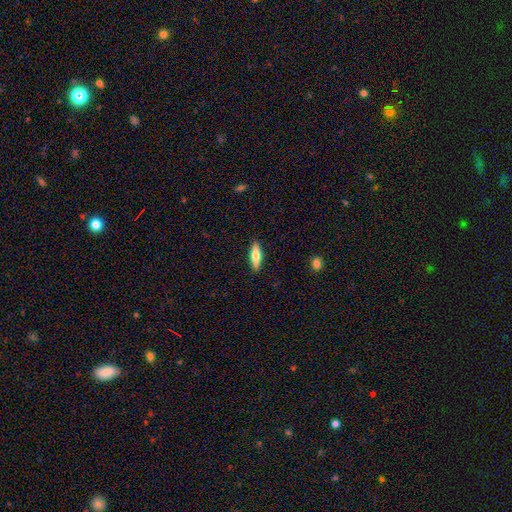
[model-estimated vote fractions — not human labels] This is possibly a smooth galaxy (57%). How rounded: possibly cigar-shaped (57%). Merging: clearly none (90%).